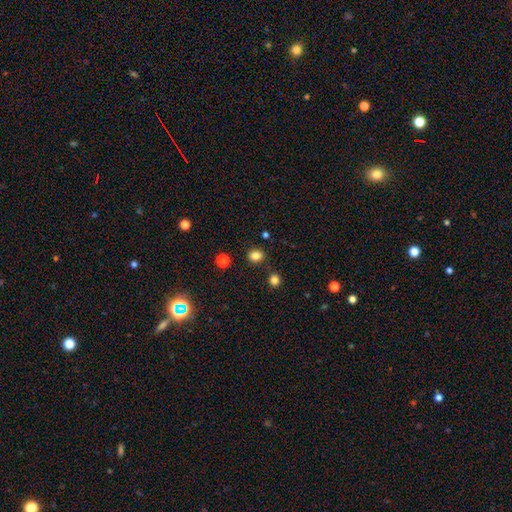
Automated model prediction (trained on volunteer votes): Smooth or featured?
  - smooth: 83% *
  - star or artifact: 13%
  - featured or disk: 5%
How rounded?
  - round: 60% *
  - in between: 39%
  - cigar-shaped: 1%
Merging?
  - none: 85% *
  - minor disturbance: 9%
  - merger: 4%
  - major disturbance: 3%